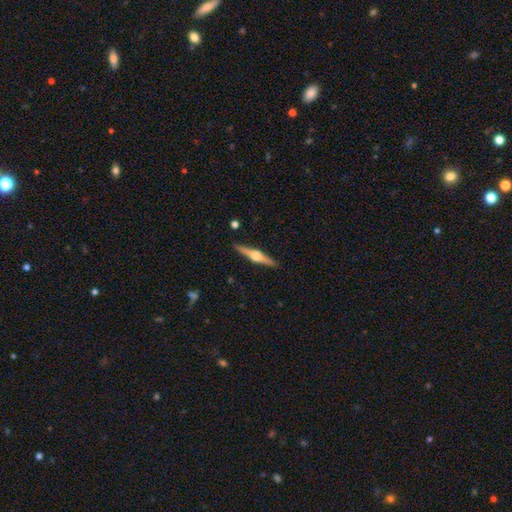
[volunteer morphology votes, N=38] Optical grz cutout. It shows a featured or disk galaxy (76%) viewed edge-on (100%) with a rounded central bulge (97%). Merging: none (97%).